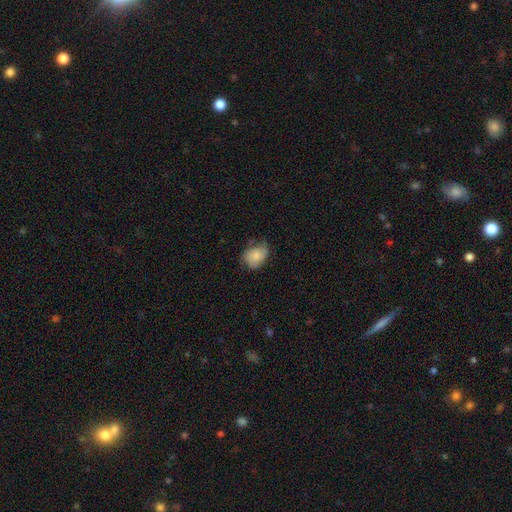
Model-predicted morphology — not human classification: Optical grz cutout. It shows a smooth galaxy with no disk features (75%) that is in between round and cigar-shaped (63%). Merging: none (54%).